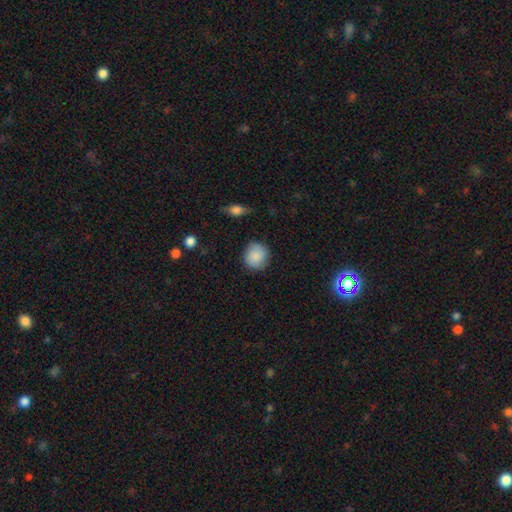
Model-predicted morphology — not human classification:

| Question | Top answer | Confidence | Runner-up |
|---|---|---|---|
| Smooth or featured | smooth | 84% | featured or disk (9%) |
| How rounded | round | 86% | in between (13%) |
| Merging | none | 81% | minor disturbance (14%) |